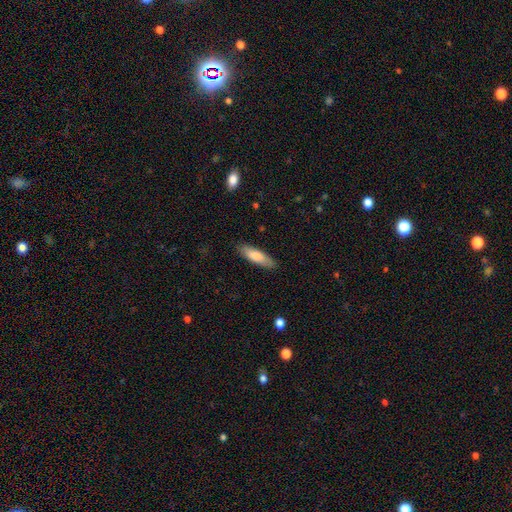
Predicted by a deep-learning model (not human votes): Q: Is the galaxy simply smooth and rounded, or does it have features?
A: smooth — 81%.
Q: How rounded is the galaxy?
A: cigar-shaped — 59%.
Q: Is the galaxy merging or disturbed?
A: none — 86%.